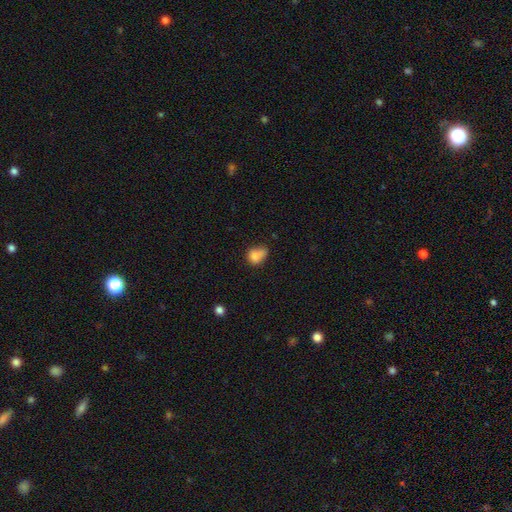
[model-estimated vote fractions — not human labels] Morphology: type=smooth (79%); roundness=in between (54%); merging=minor disturbance (34%, tied with none).